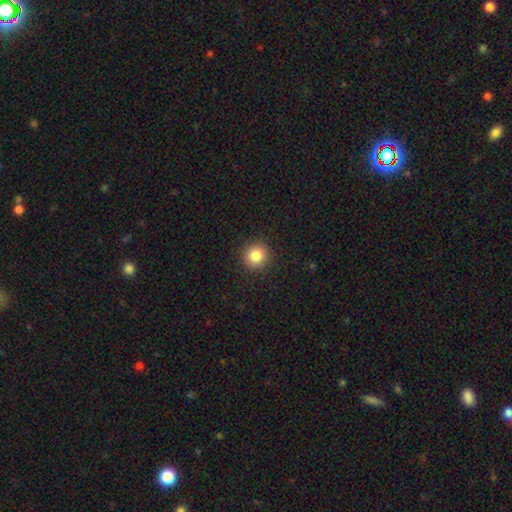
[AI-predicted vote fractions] Smooth or featured? Predicted: smooth (p=0.84). How rounded? Predicted: round (p=0.93). Merging? Predicted: none (p=0.92).